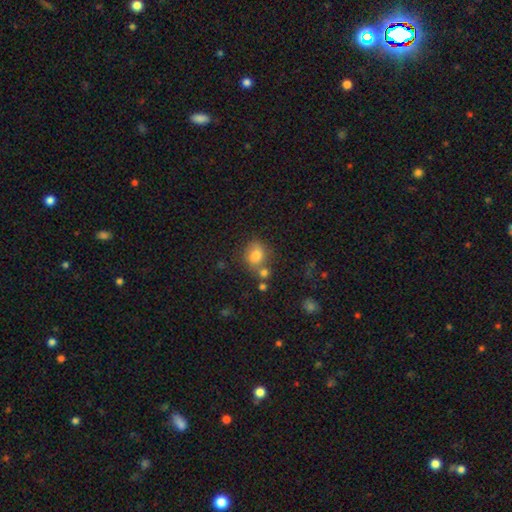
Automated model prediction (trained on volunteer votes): This appears to be a smooth galaxy with no disk features (78%) that is round (58%). Merging: none (55%).